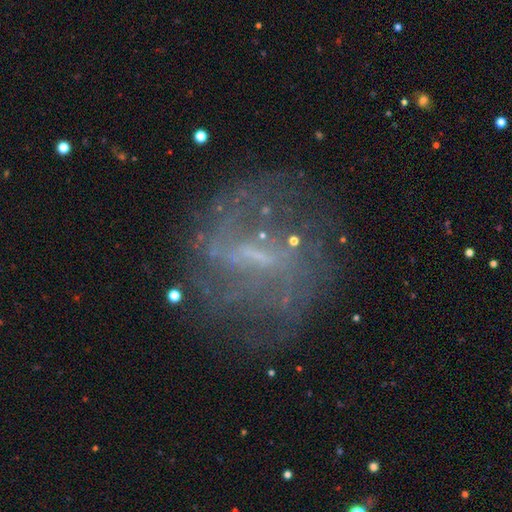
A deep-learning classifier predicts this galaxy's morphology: Smooth or featured? Predicted: featured or disk (p=0.72). Edge-on disk? Predicted: no (p=0.94). Bar? Predicted: weak (p=0.41, tied with strong). Spiral arms? Predicted: yes (p=0.64). Bulge size? Predicted: none (p=0.42). Merging? Predicted: none (p=0.67).